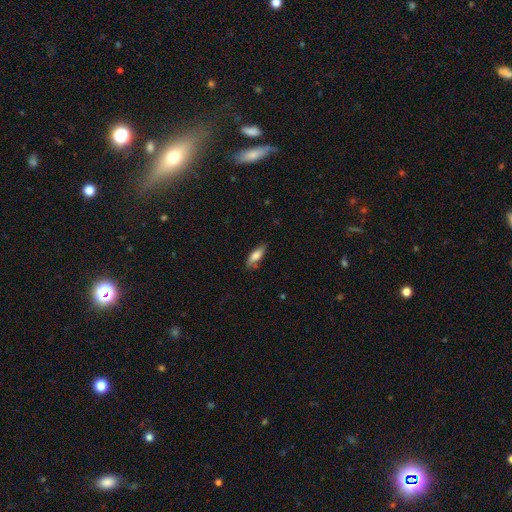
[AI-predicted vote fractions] smooth-or-featured: smooth: 75% | featured or disk: 18% | star or artifact: 7%
  how-rounded: in between: 63% | cigar-shaped: 35% | round: 2%
  merging: none: 76% | minor disturbance: 19% | major disturbance: 4% | merger: 2%